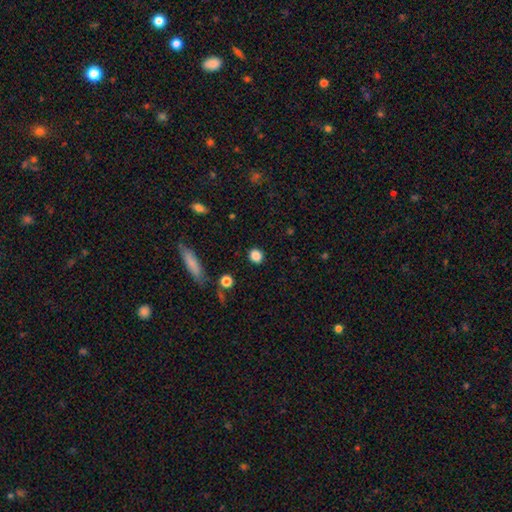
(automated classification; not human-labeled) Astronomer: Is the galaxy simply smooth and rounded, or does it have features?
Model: smooth — 85%.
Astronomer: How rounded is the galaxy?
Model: round — 82%.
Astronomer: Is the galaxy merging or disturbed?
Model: none — 89%.